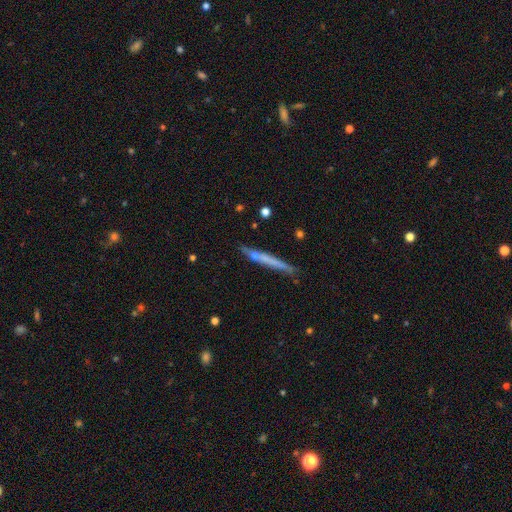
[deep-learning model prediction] Smooth or featured: smooth — 51% (featured or disk — 42%)
How rounded: cigar-shaped — 96% (in between — 2%)
Merging: none — 77% (minor disturbance — 15%)